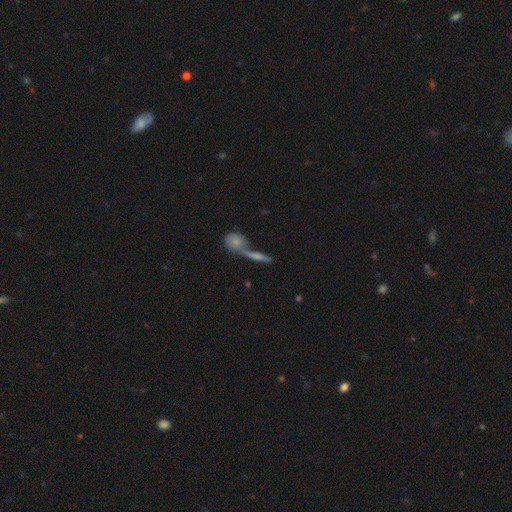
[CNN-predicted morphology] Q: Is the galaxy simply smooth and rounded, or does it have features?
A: smooth — 42%.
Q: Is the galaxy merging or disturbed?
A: merger — 45%.